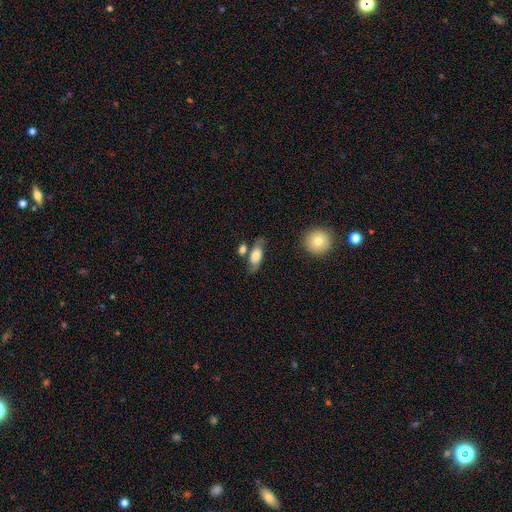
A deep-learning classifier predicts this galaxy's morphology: This is possibly a smooth galaxy (51%). How rounded: clearly in between (82%). Merging: possibly none (56%).